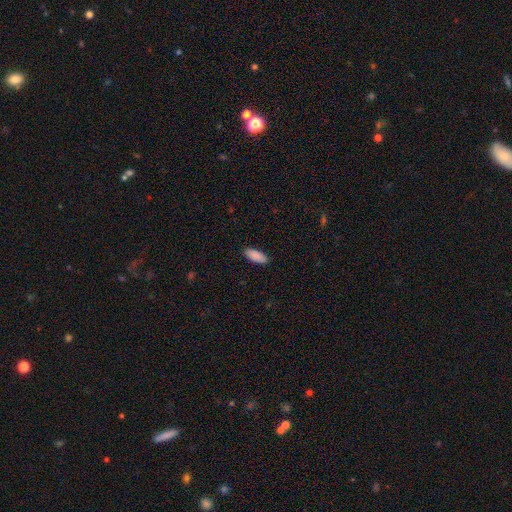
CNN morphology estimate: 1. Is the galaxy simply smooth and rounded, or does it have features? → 90% smooth, 6% star or artifact, 4% featured or disk.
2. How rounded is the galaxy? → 82% in between, 16% cigar-shaped, 2% round.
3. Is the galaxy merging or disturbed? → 90% none, 8% minor disturbance, 2% major disturbance, 1% merger.